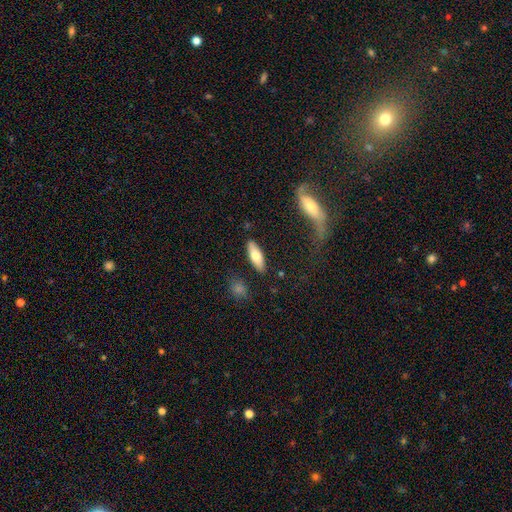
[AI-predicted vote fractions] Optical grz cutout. It shows a smooth galaxy with no disk features (69%) that is in between round and cigar-shaped (65%). Merging: none (86%).